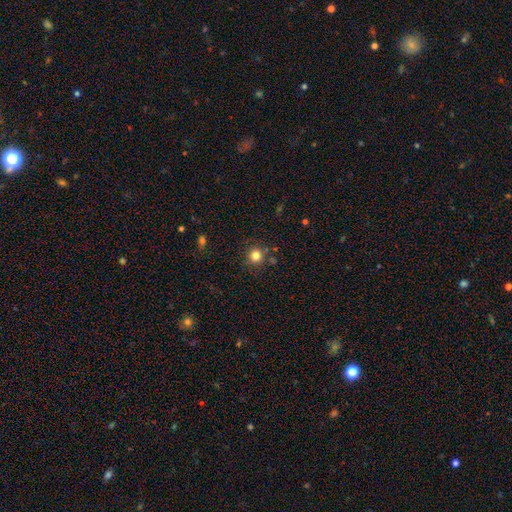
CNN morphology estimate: Smooth or featured?
  - smooth: 81% *
  - star or artifact: 13%
  - featured or disk: 6%
How rounded?
  - round: 94% *
  - in between: 5%
  - cigar-shaped: 1%
Merging?
  - none: 85% *
  - minor disturbance: 8%
  - merger: 4%
  - major disturbance: 3%